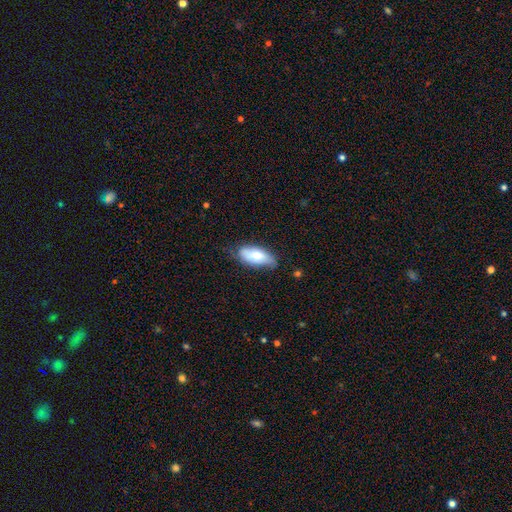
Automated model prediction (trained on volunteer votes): smooth 73%, featured or disk 21%, star or artifact 6%. Down the decision tree: how rounded — in between (87%); merging — none (60%).